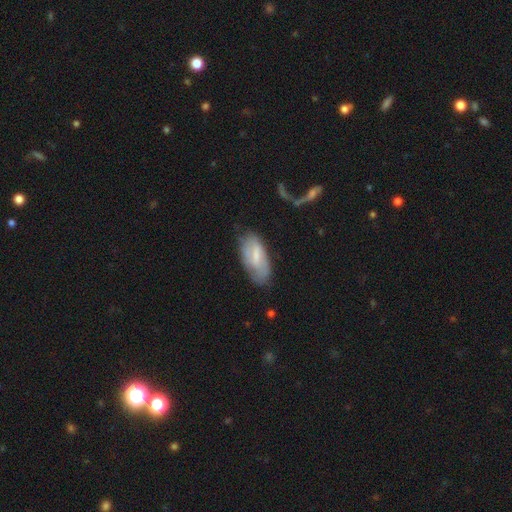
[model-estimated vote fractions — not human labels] Q: Smooth or featured?
A: smooth (53%); runner-up: featured or disk (40%)
Q: How rounded?
A: in between (87%); runner-up: cigar-shaped (10%)
Q: Merging?
A: none (62%); runner-up: minor disturbance (27%)